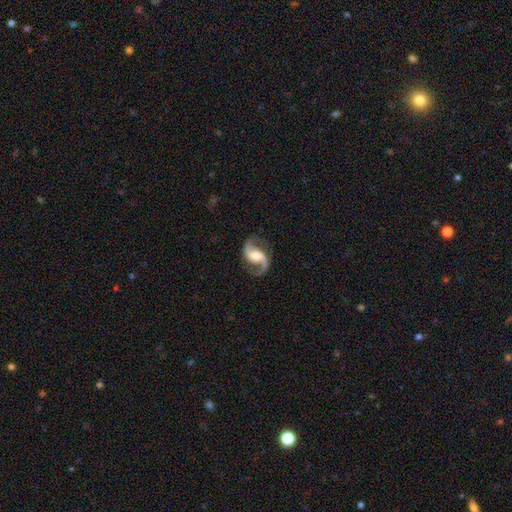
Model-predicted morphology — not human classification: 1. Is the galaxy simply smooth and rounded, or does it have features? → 92% featured or disk, 4% star or artifact, 4% smooth.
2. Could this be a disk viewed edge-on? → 98% no, 2% yes.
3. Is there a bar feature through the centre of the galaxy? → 40% weak, 39% no, 21% strong.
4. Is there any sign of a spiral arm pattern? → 98% yes, 2% no.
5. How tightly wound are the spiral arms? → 51% loose, 41% medium, 8% tight.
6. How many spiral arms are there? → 94% 2, 2% 1, 1% can't tell, 1% 3, 1% 4, 1% more than 4.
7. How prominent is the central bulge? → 63% moderate, 22% small, 11% large, 2% none, 1% dominant.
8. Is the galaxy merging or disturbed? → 82% none, 12% minor disturbance, 5% major disturbance, 1% merger.